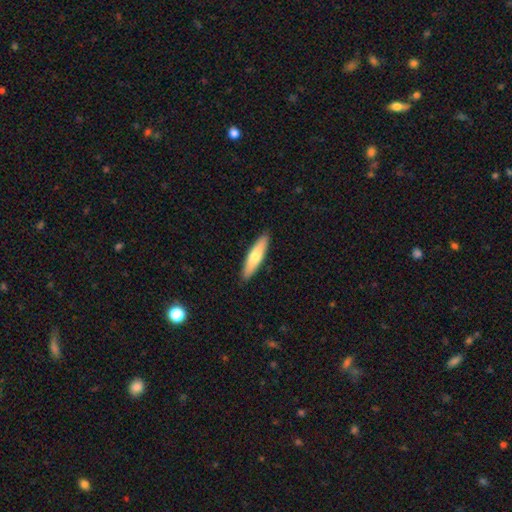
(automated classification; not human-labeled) Smooth or featured? smooth (66%)
How rounded? cigar-shaped (78%)
Merging? none (91%)